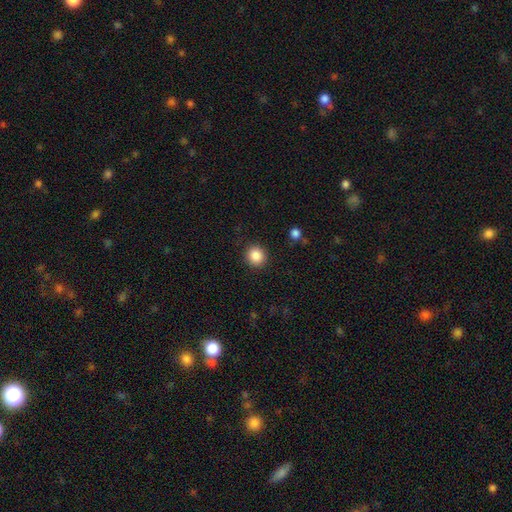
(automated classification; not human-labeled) Overall: smooth (87%). How rounded: round (90%). Merging: none (90%).